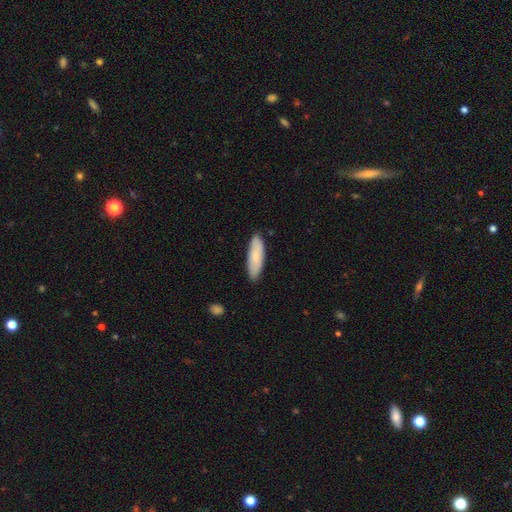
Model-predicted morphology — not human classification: type=smooth (82%); roundness=in between (50%); merging=none (86%).